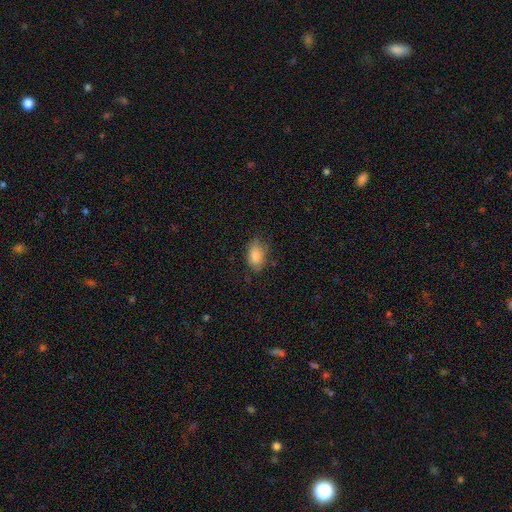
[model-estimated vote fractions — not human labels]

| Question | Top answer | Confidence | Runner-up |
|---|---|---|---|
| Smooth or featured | smooth | 86% | star or artifact (8%) |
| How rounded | in between | 87% | round (11%) |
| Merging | none | 71% | minor disturbance (22%) |